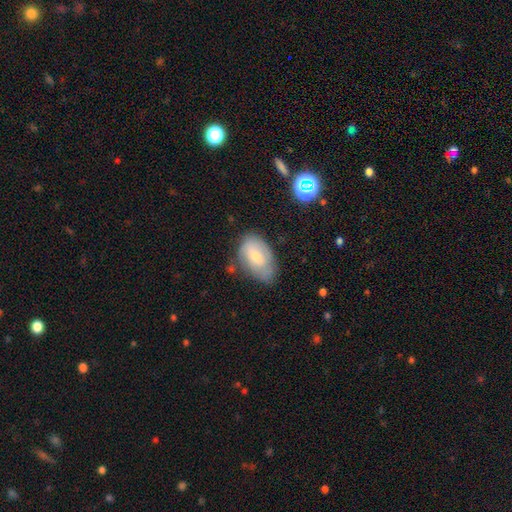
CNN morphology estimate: This appears to be a smooth galaxy with no disk features (57%) that is in between round and cigar-shaped (90%). Merging: none (55%).